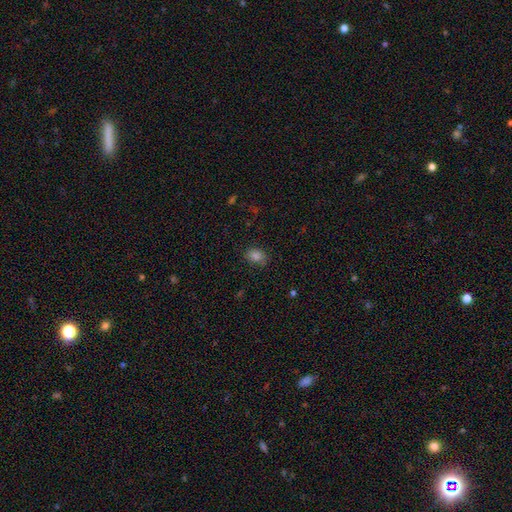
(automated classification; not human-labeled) Smooth or featured? Predicted: smooth (p=0.81). How rounded? Predicted: in between (p=0.65). Merging? Predicted: none (p=0.80).